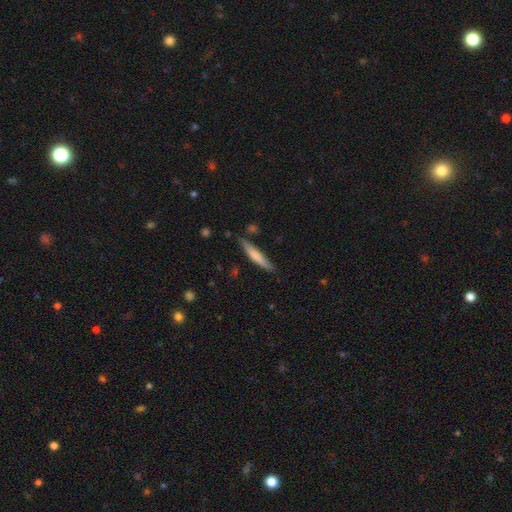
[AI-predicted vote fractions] This is likely a smooth galaxy (68%). How rounded: clearly cigar-shaped (91%). Merging: likely none (79%).